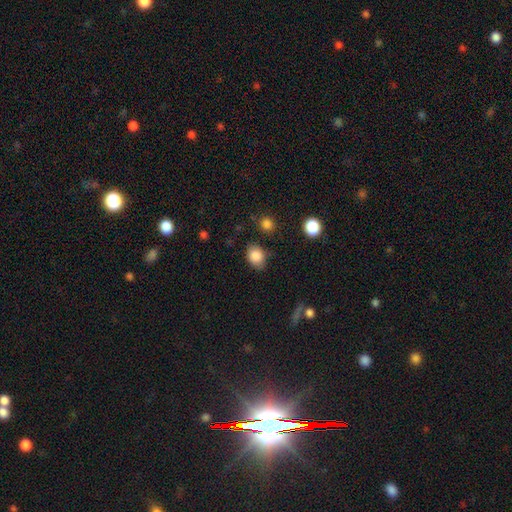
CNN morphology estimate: Smooth or featured? Predicted: smooth (p=0.86). How rounded? Predicted: in between (p=0.64). Merging? Predicted: none (p=0.76).